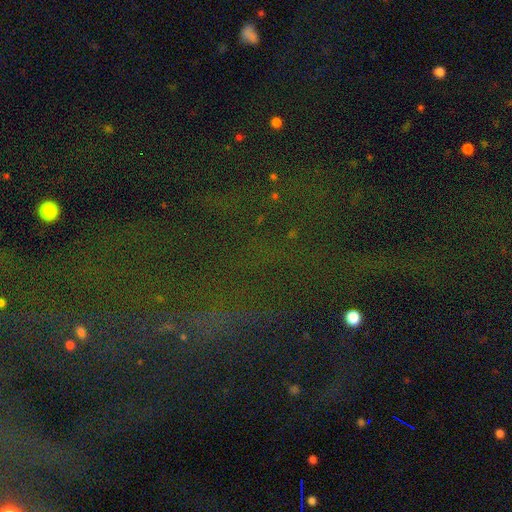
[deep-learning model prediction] Q: Smooth or featured?
A: star or artifact (77%); runner-up: featured or disk (12%)